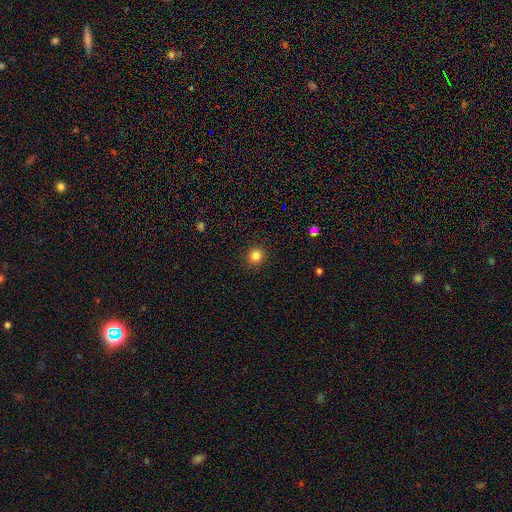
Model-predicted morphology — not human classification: smooth_or_featured: smooth (p=0.84) [alt: star or artifact p=0.12]
how_rounded: round (p=0.92) [alt: in between p=0.07]
merging: none (p=0.92) [alt: minor disturbance p=0.05]